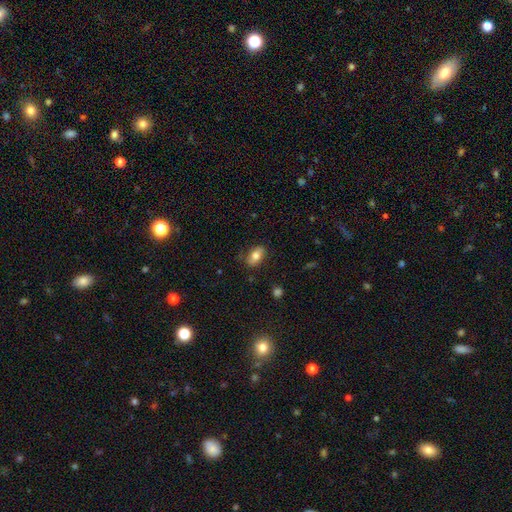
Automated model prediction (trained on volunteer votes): Smooth or featured? Predicted: smooth (p=0.78). How rounded? Predicted: in between (p=0.89). Merging? Predicted: none (p=0.80).